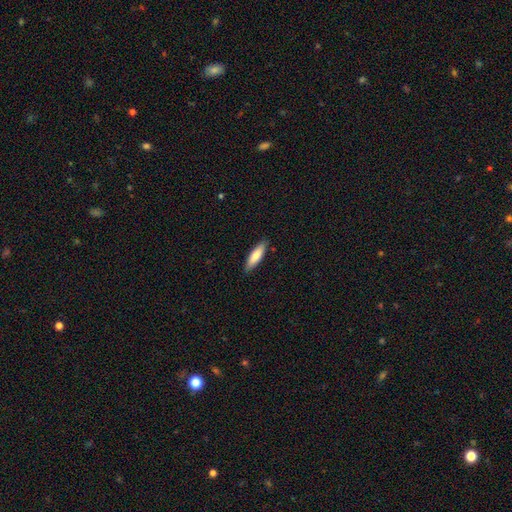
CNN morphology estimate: Overall: smooth (78%). How rounded: cigar-shaped (59%; in between 40%). Merging: none (88%).